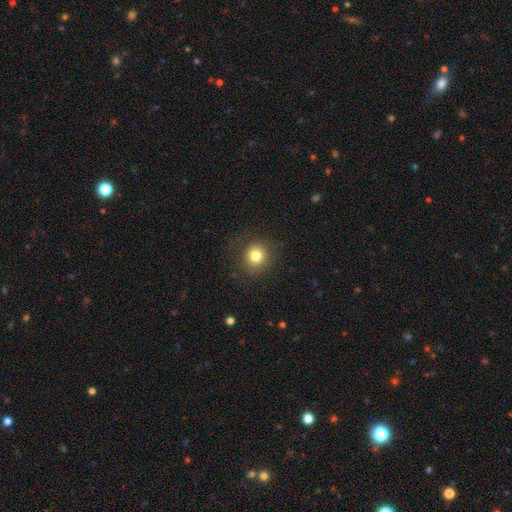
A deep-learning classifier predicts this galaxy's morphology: The model was most divided on "smooth or featured": smooth: 80%, star or artifact: 12%, featured or disk: 8%. More confident: how rounded — round (87%); merging — none (86%).